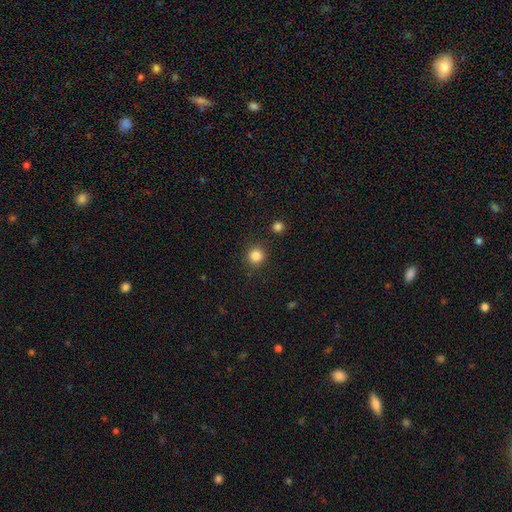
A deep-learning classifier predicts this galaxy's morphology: The model was most divided on "smooth or featured": smooth: 84%, star or artifact: 12%, featured or disk: 5%. More confident: how rounded — round (92%); merging — none (88%).